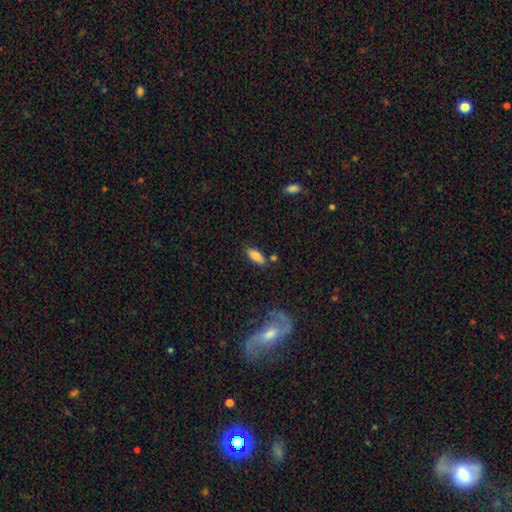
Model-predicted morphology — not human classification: This appears to be a smooth galaxy with no disk features (81%) that is in between round and cigar-shaped (75%). Merging: none (74%).